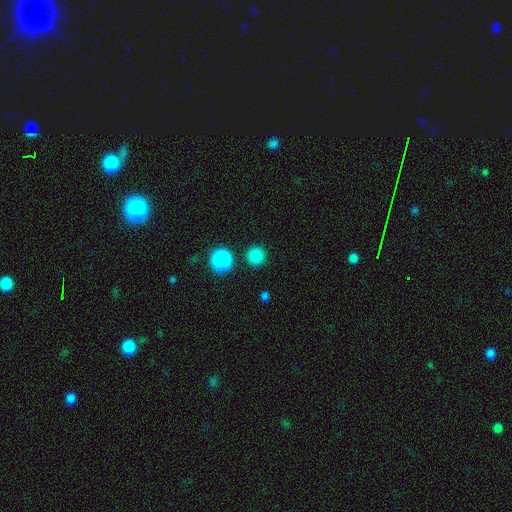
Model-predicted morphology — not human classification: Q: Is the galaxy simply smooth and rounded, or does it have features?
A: smooth — 82%.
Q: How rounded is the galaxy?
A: round — 95%.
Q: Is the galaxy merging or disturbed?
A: none — 90%.